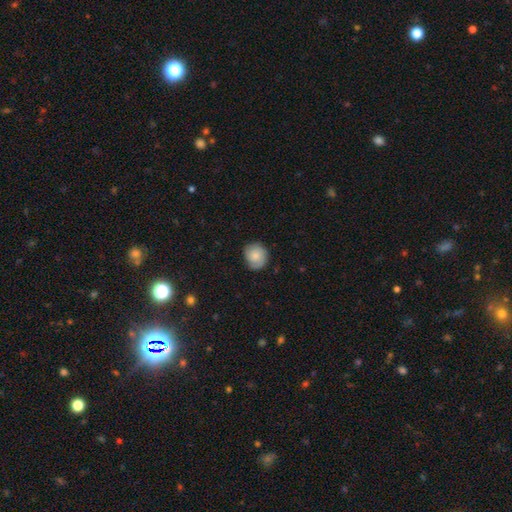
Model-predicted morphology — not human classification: Q: Smooth or featured?
A: smooth (77%); runner-up: featured or disk (16%)
Q: How rounded?
A: round (83%); runner-up: in between (16%)
Q: Merging?
A: none (80%); runner-up: minor disturbance (16%)